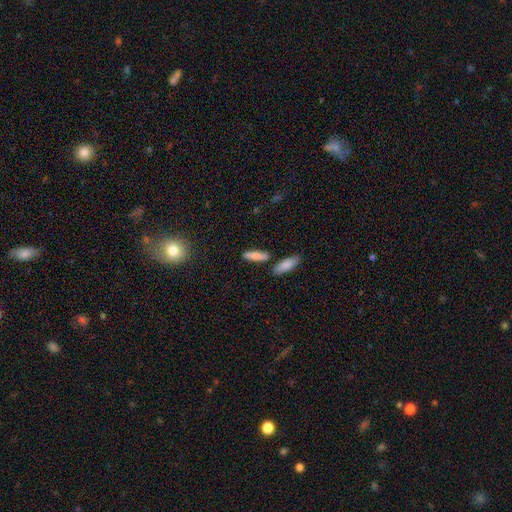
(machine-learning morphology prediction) Overall: smooth (71%). How rounded: cigar-shaped (58%; in between 39%). Merging: none (77%).